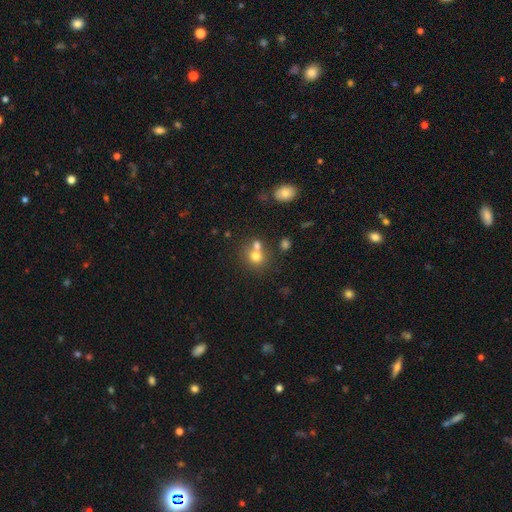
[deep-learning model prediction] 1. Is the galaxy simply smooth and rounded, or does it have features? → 73% smooth, 14% star or artifact, 13% featured or disk.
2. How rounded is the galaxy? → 75% round, 24% in between, 1% cigar-shaped.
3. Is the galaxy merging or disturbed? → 46% none, 41% merger, 9% minor disturbance, 4% major disturbance.